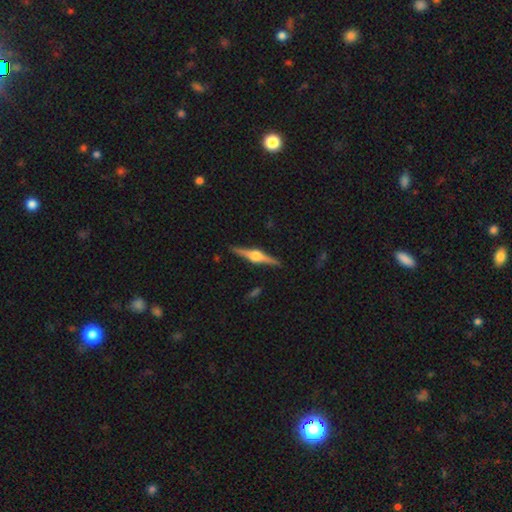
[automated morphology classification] smooth_or_featured: featured or disk (p=0.84) [alt: smooth p=0.11]
disk_edge_on: yes (p=0.98) [alt: no p=0.02]
edge_on_bulge: rounded (p=0.94) [alt: boxy p=0.05]
merging: none (p=0.90) [alt: minor disturbance p=0.07]